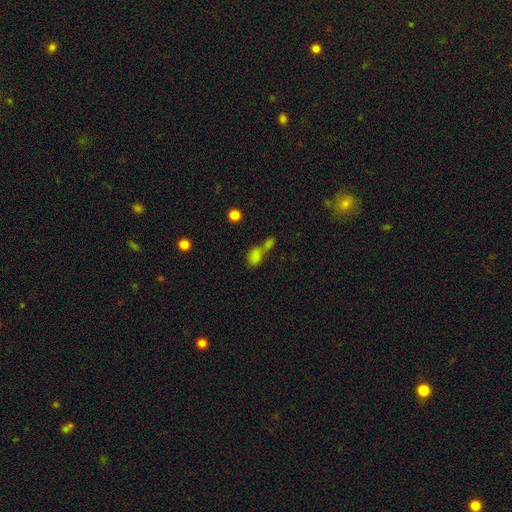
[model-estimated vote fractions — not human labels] Smooth or featured? smooth (76%)
How rounded? in between (73%)
Merging? merger (59%)